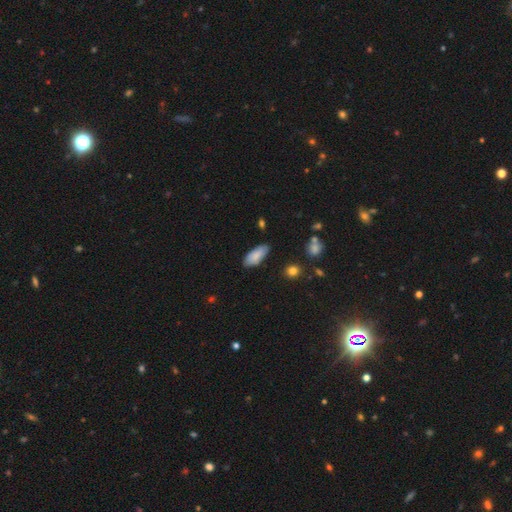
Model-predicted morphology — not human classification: Smooth or featured: smooth — 86% (featured or disk — 8%)
How rounded: in between — 85% (cigar-shaped — 13%)
Merging: none — 82% (minor disturbance — 14%)